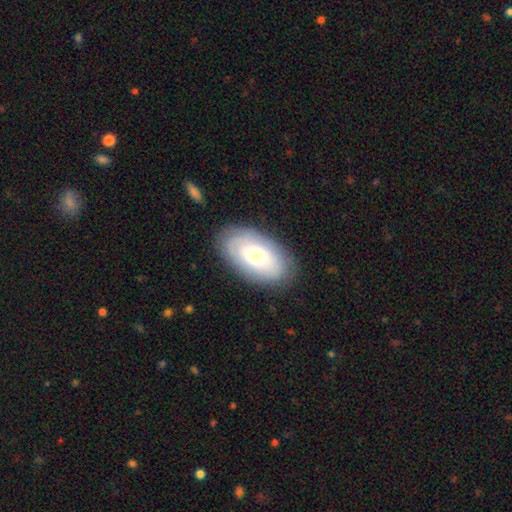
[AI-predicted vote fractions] A smooth galaxy with no disk features (54%) that is in between round and cigar-shaped (93%).

Vote fractions:
- Smooth or featured? smooth: 54% / featured or disk: 39% / star or artifact: 7%
- How rounded? in between: 93% / round: 5% / cigar-shaped: 2%
- Merging? none: 82% / minor disturbance: 13% / major disturbance: 4% / merger: 1%